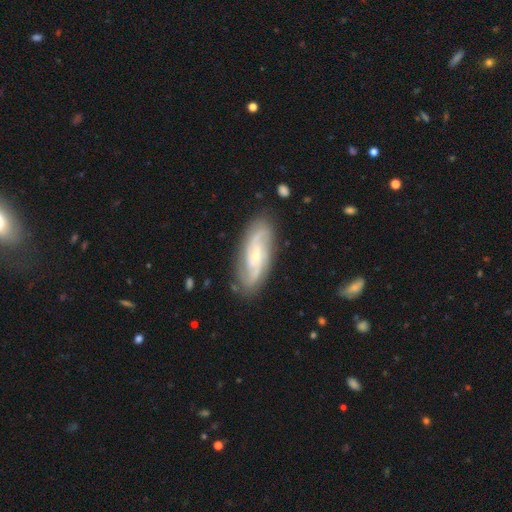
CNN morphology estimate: A featured or disk galaxy (81%) with no bar (56%), 2 (59%) medium (44%) spiral arms (95%) and a small central bulge (73%). Merging: none (82%).